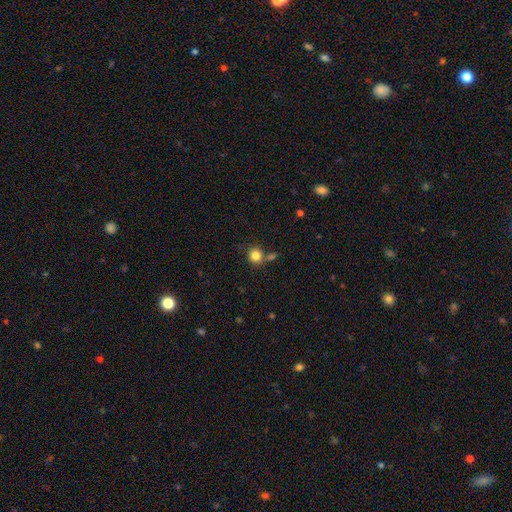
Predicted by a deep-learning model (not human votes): Smooth or featured? Predicted: smooth (p=0.83). How rounded? Predicted: round (p=0.88). Merging? Predicted: none (p=0.68).